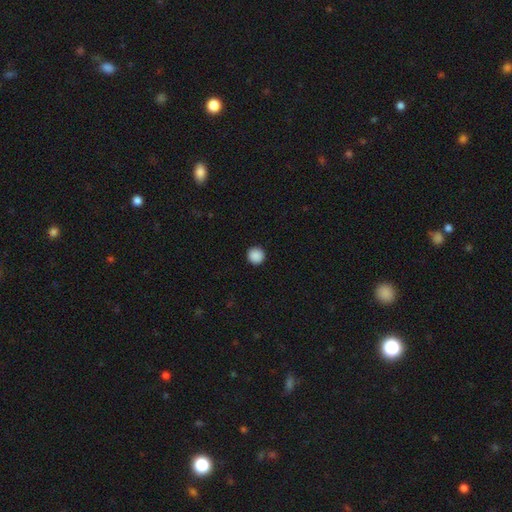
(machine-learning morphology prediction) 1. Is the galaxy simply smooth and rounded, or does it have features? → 89% smooth, 9% star or artifact, 2% featured or disk.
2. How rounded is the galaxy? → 95% round, 4% in between, 1% cigar-shaped.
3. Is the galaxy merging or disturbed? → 94% none, 4% minor disturbance, 1% major disturbance, 1% merger.